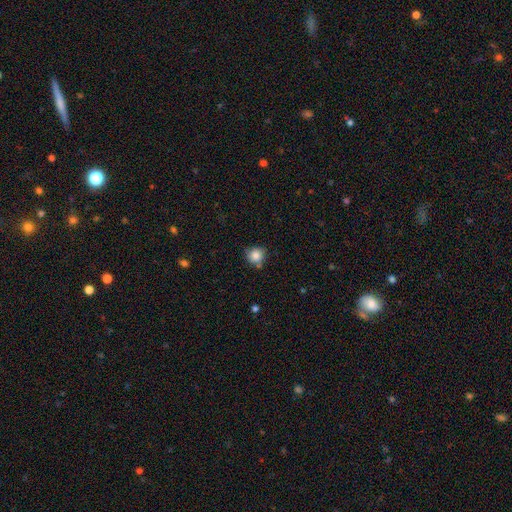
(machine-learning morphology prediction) This appears to be a smooth galaxy with no disk features (84%) that is round (89%). Merging: none (71%).